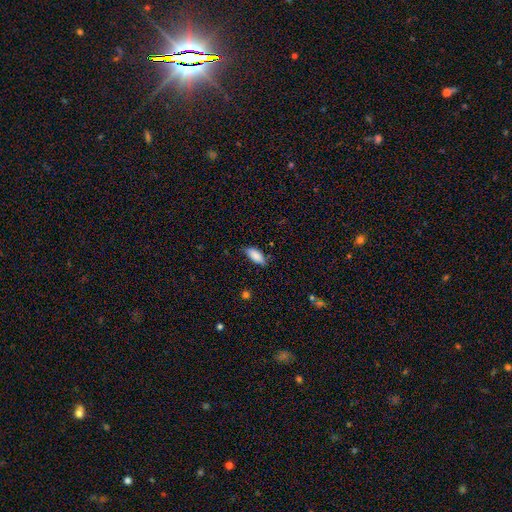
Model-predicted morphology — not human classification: type=smooth (88%); roundness=in between (85%); merging=none (76%).